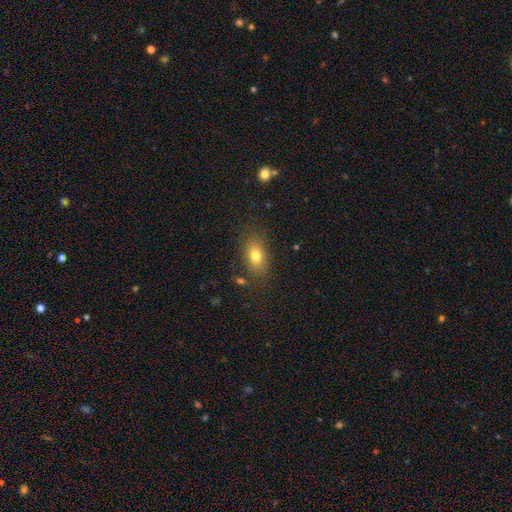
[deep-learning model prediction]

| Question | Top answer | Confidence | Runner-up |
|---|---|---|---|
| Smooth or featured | smooth | 77% | featured or disk (13%) |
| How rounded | in between | 84% | round (12%) |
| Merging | none | 81% | minor disturbance (12%) |